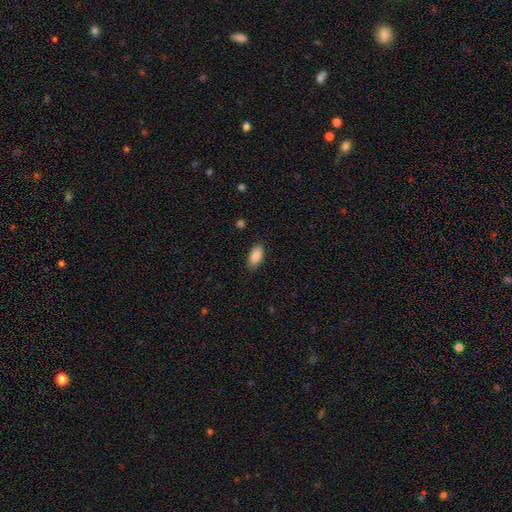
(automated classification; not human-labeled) Smooth or featured? smooth (88%)
How rounded? in between (92%)
Merging? none (87%)